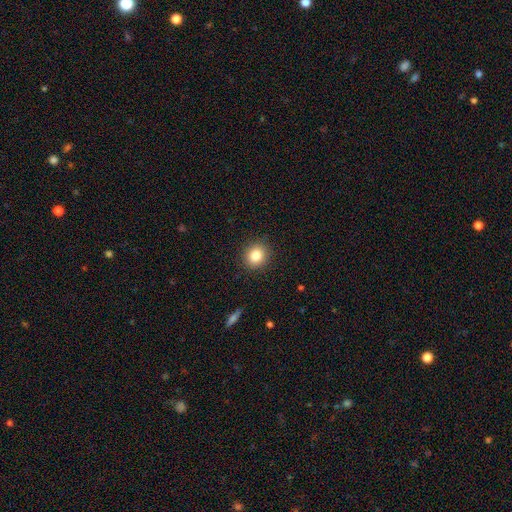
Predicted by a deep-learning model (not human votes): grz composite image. It shows a smooth galaxy with no disk features (83%) that is round (84%). Merging: none (90%).